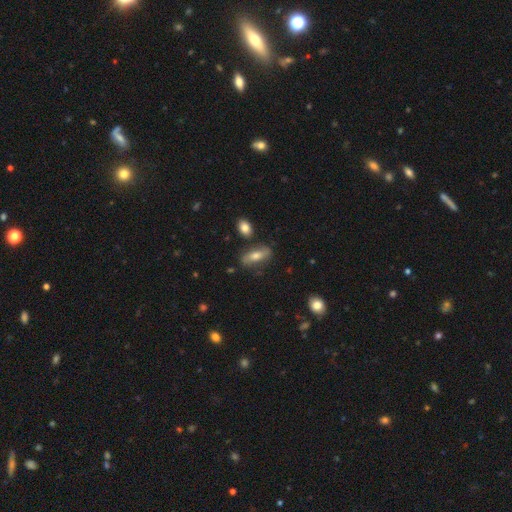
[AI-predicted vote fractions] smooth_or_featured: smooth (p=0.55) [alt: featured or disk p=0.37]
how_rounded: in between (p=0.70) [alt: cigar-shaped p=0.25]
merging: none (p=0.73) [alt: minor disturbance p=0.17]